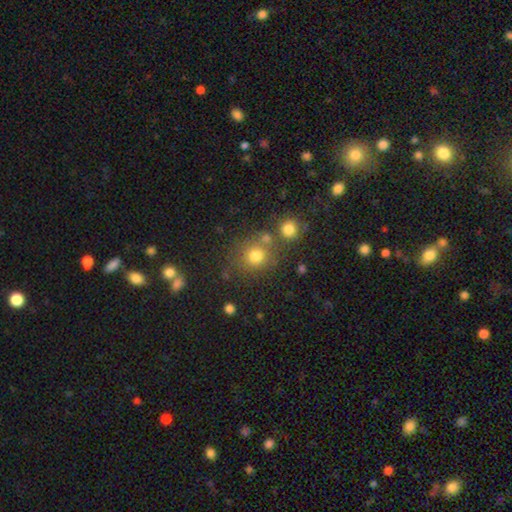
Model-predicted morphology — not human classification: smooth 76%, star or artifact 16%, featured or disk 8%. Down the decision tree: how rounded — round (87%); merging — none (69%).